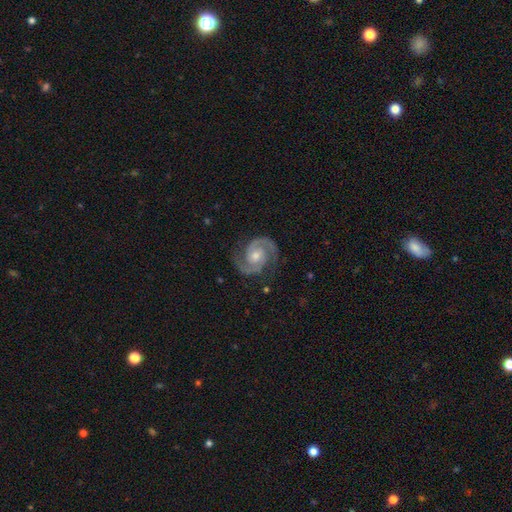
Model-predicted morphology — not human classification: Smooth or featured? Predicted: featured or disk (p=0.93). Edge-on disk? Predicted: no (p=0.98). Bar? Predicted: no (p=0.63). Spiral arms? Predicted: yes (p=0.99). Spiral winding? Predicted: medium (p=0.52). Spiral arm count? Predicted: 2 (p=0.94). Bulge size? Predicted: moderate (p=0.58). Merging? Predicted: none (p=0.84).